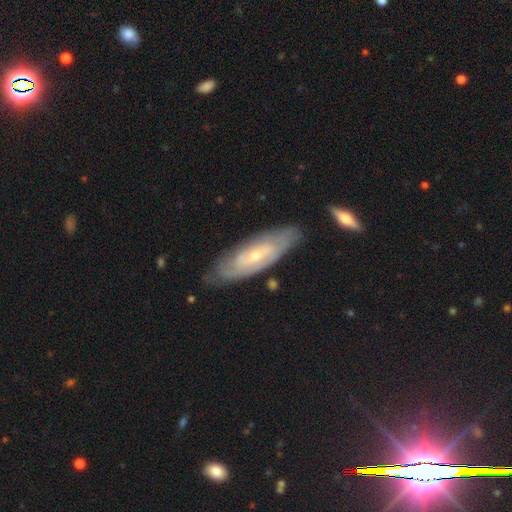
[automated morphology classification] Q: Smooth or featured?
A: featured or disk (74%); runner-up: smooth (21%)
Q: Edge-on disk?
A: no (82%); runner-up: yes (18%)
Q: Bar?
A: no (57%); runner-up: weak (33%)
Q: Spiral arms?
A: yes (82%); runner-up: no (18%)
Q: Bulge size?
A: small (69%); runner-up: moderate (28%)
Q: Merging?
A: none (75%); runner-up: minor disturbance (18%)